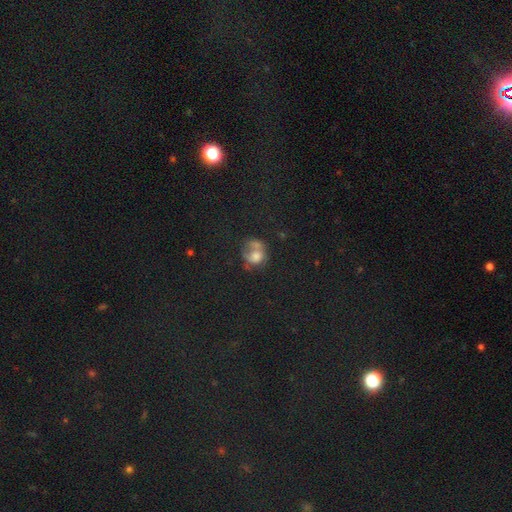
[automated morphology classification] Smooth or featured? smooth (55%)
How rounded? round (67%)
Merging? none (36%)